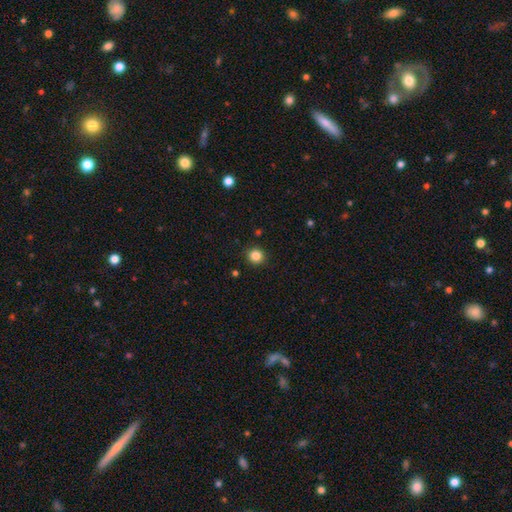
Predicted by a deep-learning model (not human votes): smooth 85%, star or artifact 11%, featured or disk 4%. Down the decision tree: how rounded — round (93%); merging — none (91%).